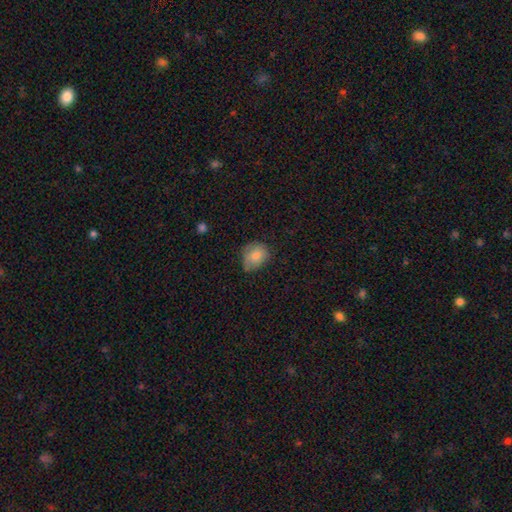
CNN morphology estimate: Smooth or featured? smooth (78%)
How rounded? round (57%)
Merging? none (55%)